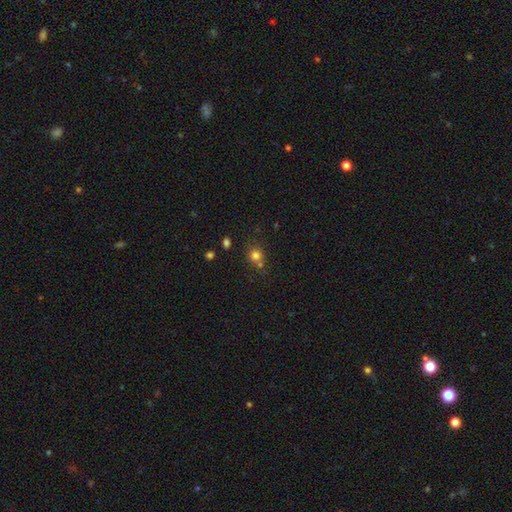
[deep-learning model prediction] Smooth or featured? Predicted: smooth (p=0.76). How rounded? Predicted: round (p=0.84). Merging? Predicted: none (p=0.62).